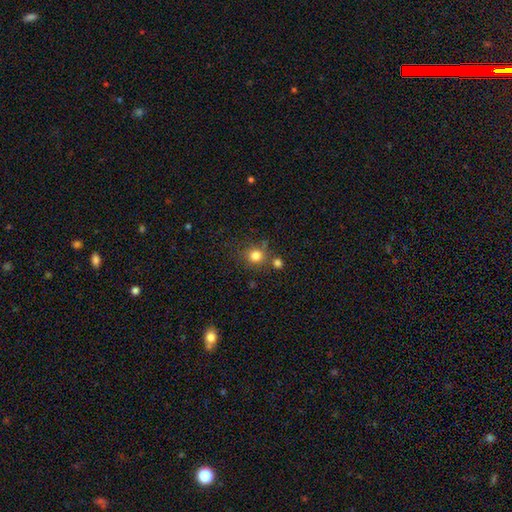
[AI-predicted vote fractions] smooth_or_featured: smooth (p=0.81) [alt: star or artifact p=0.13]
how_rounded: round (p=0.89) [alt: in between p=0.10]
merging: none (p=0.71) [alt: merger p=0.13]